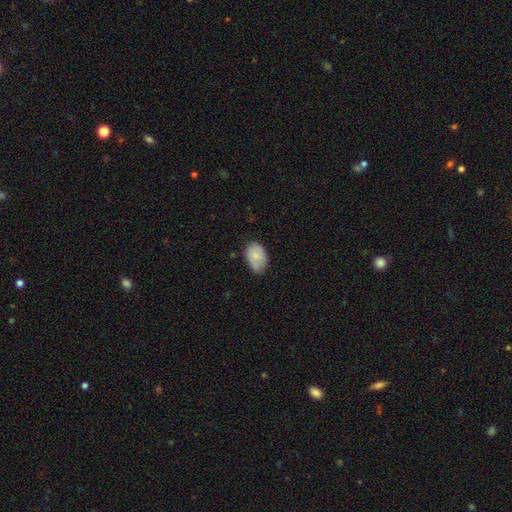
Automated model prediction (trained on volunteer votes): Smooth or featured? smooth (78%)
How rounded? in between (88%)
Merging? none (64%)